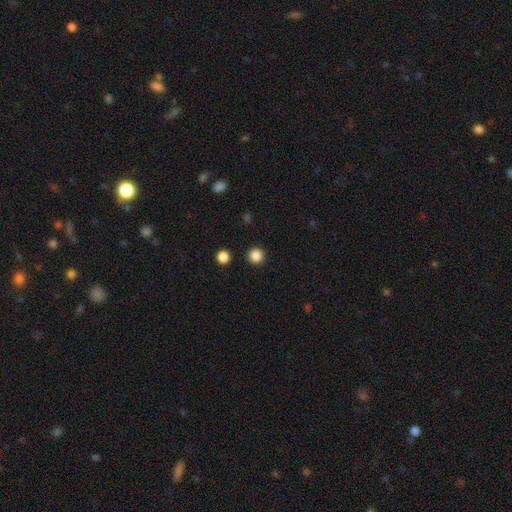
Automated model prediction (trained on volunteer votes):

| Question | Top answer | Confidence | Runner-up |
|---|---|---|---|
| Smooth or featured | smooth | 86% | star or artifact (11%) |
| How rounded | round | 96% | in between (3%) |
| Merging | none | 92% | minor disturbance (4%) |